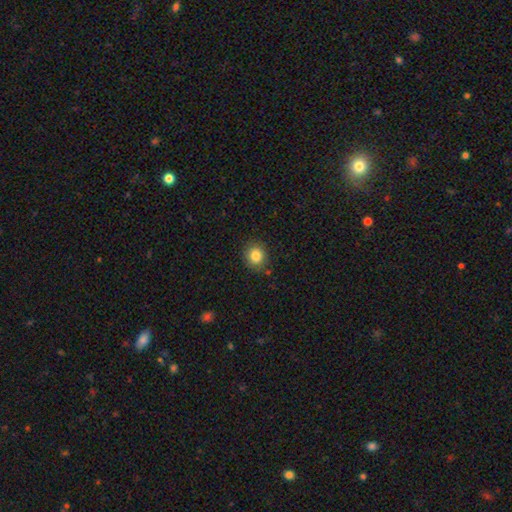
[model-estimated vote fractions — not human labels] Smooth or featured? smooth (84%)
How rounded? round (80%)
Merging? none (86%)